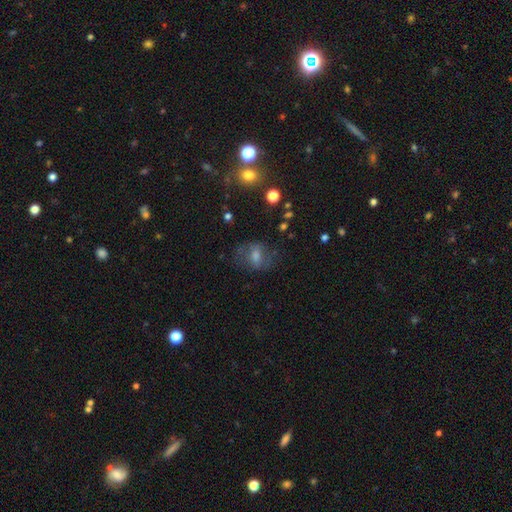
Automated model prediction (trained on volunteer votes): A smooth galaxy with no disk features (48%). Merging: none (64%).